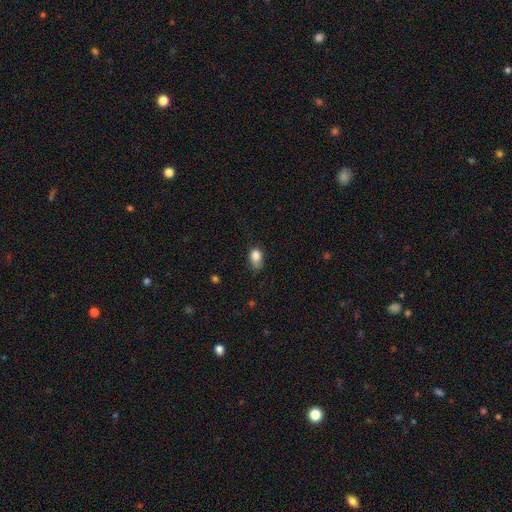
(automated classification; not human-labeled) A smooth galaxy with no disk features (83%) that is in between round and cigar-shaped (79%).

Vote fractions:
- Smooth or featured? smooth: 83% / star or artifact: 9% / featured or disk: 8%
- How rounded? in between: 79% / round: 19% / cigar-shaped: 2%
- Merging? none: 44% / minor disturbance: 40% / major disturbance: 14% / merger: 2%